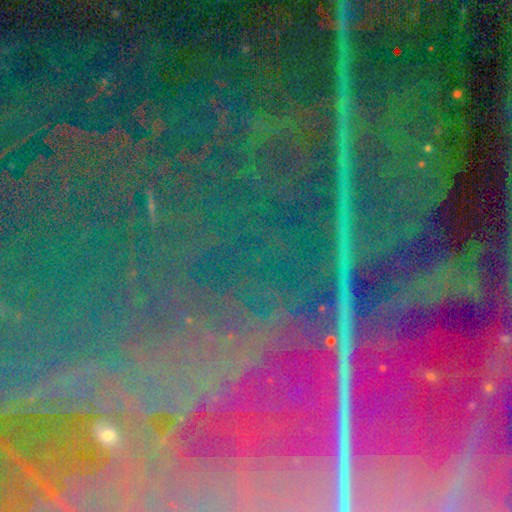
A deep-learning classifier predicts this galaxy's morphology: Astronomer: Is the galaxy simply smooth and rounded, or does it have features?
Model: star or artifact — 88%.